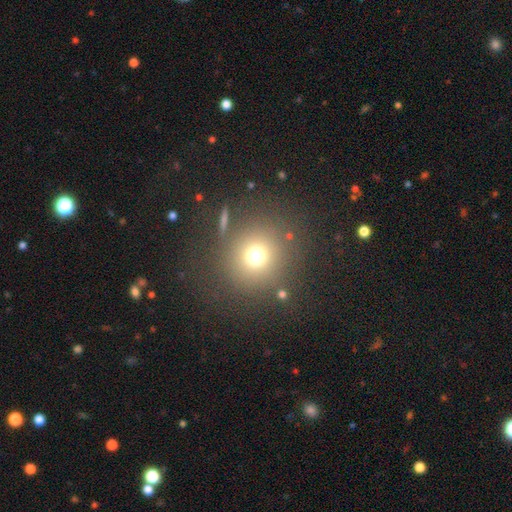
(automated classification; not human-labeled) Smooth or featured?
  - smooth: 70% *
  - star or artifact: 20%
  - featured or disk: 10%
How rounded?
  - round: 92% *
  - in between: 6%
  - cigar-shaped: 1%
Merging?
  - none: 82% *
  - minor disturbance: 8%
  - major disturbance: 5%
  - merger: 5%